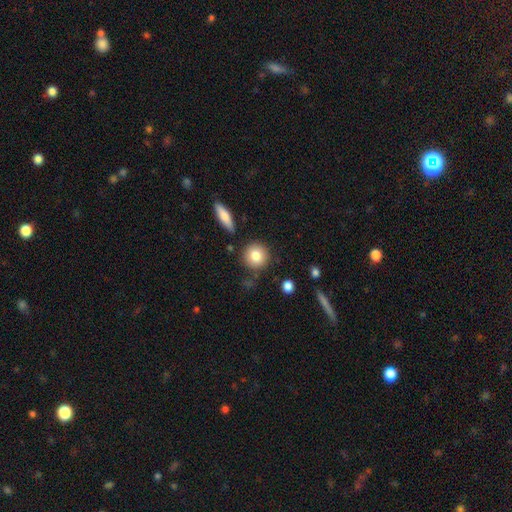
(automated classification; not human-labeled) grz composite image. It shows a smooth galaxy with no disk features (83%) that is round (89%). Merging: none (82%).